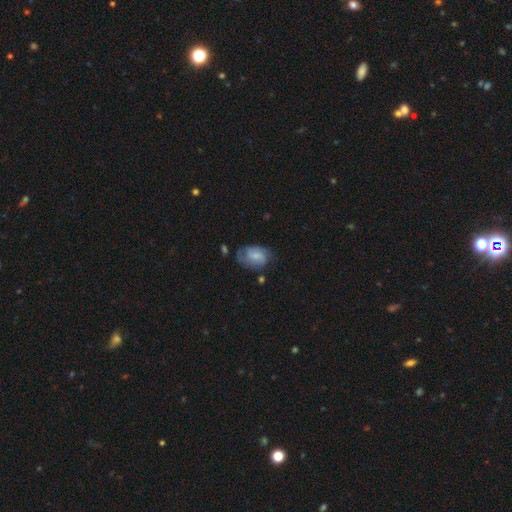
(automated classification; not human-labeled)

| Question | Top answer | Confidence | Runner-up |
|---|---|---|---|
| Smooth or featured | smooth | 51% | featured or disk (41%) |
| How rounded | in between | 79% | round (19%) |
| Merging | none | 49% | minor disturbance (31%) |